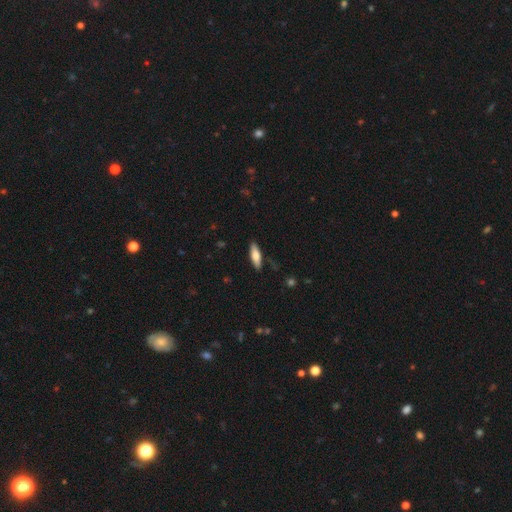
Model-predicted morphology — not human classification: A smooth galaxy with no disk features (68%) that is cigar-shaped (50%). Merging: none (86%).